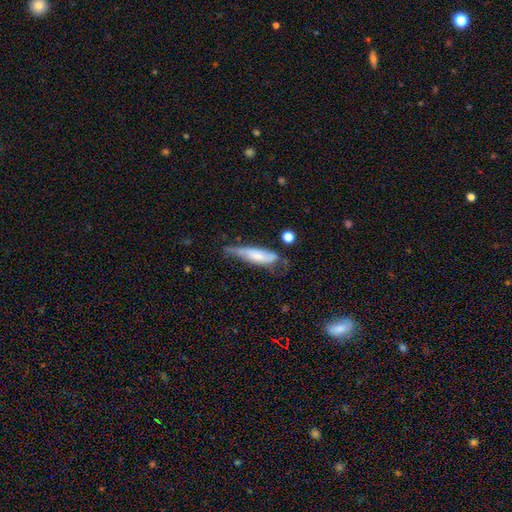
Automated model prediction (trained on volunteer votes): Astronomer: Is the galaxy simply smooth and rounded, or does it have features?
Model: smooth — 54% (runner-up: featured or disk, 39%).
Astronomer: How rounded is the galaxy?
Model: cigar-shaped — 68%.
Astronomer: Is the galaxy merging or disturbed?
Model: none — 39% (runner-up: minor disturbance, 38%).